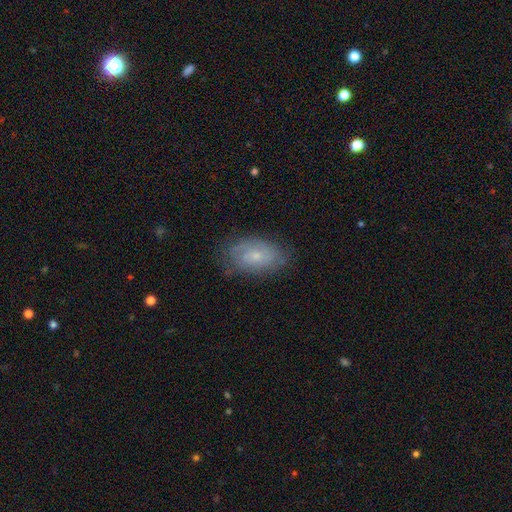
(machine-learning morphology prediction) The model was most divided on "smooth or featured": featured or disk: 52%, smooth: 40%, star or artifact: 8%. More confident: edge-on disk — no (94%); merging — none (71%).